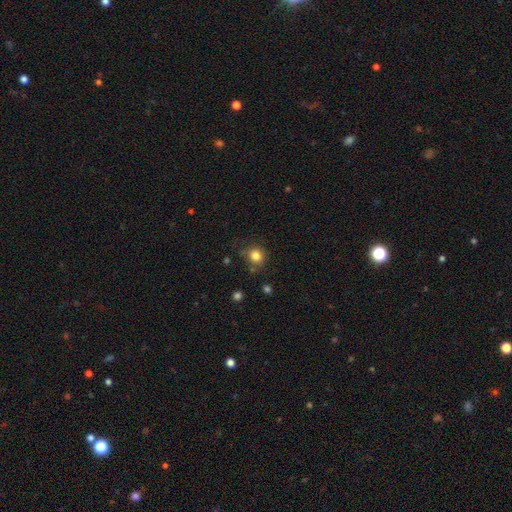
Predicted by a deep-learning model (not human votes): This is clearly a smooth galaxy (83%). How rounded: clearly round (81%). Merging: likely none (74%).